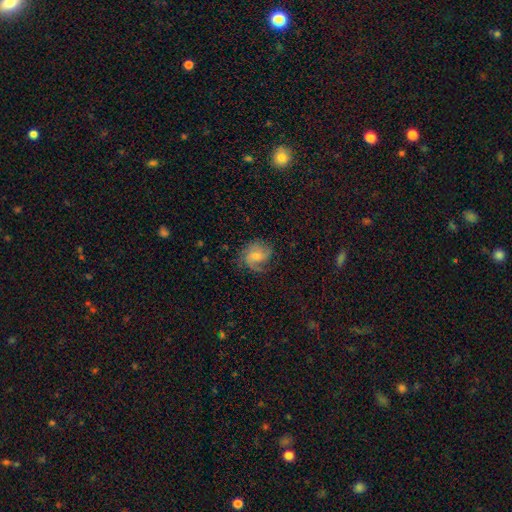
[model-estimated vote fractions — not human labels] featured or disk 65%, smooth 25%, star or artifact 10%. Down the decision tree: edge-on disk — no (97%); bar — no (61%); spiral arms — yes (93%); spiral arm count — 2 (32%); spiral winding — medium (43%); bulge size — small (50%); merging — none (67%).